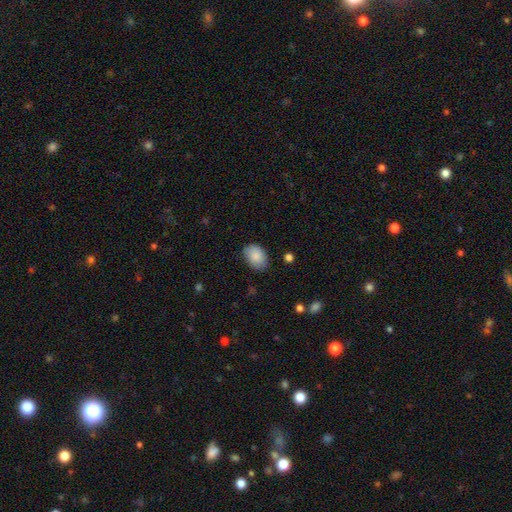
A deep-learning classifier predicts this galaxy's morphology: The model was most divided on "merging": none: 77%, minor disturbance: 18%, major disturbance: 3%, merger: 1%. More confident: smooth or featured — smooth (86%); how rounded — in between (82%).